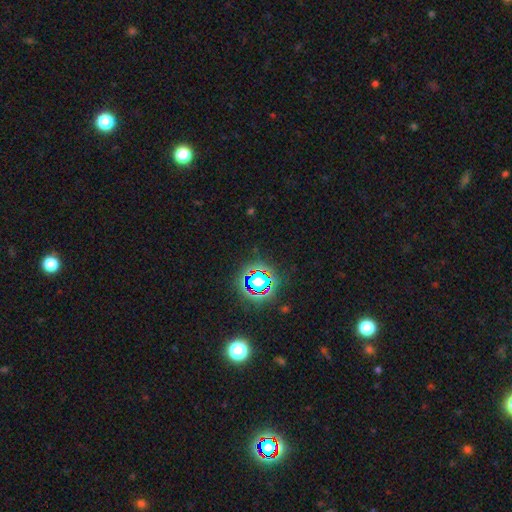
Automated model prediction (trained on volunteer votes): Overall: star or artifact (79%).